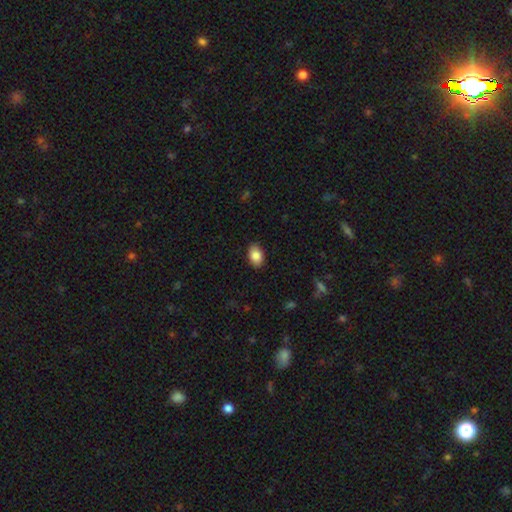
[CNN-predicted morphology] smooth 86%, star or artifact 7%, featured or disk 7%. Down the decision tree: how rounded — in between (87%); merging — none (87%).